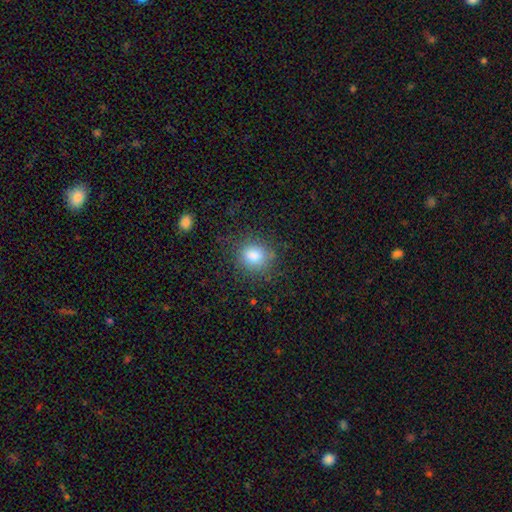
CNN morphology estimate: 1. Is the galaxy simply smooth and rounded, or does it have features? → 84% smooth, 10% star or artifact, 6% featured or disk.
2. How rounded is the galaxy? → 75% round, 24% in between, 1% cigar-shaped.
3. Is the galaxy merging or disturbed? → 78% none, 14% minor disturbance, 6% major disturbance, 2% merger.